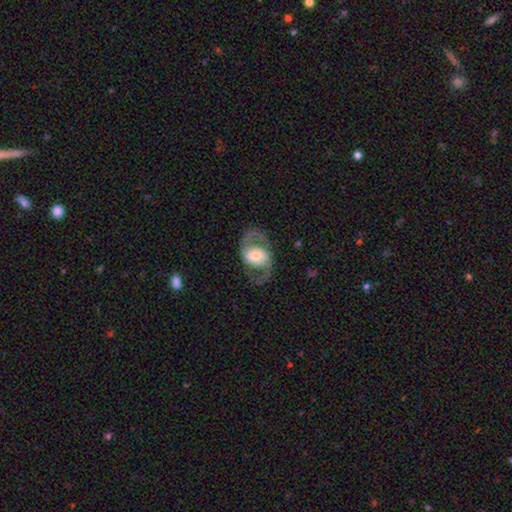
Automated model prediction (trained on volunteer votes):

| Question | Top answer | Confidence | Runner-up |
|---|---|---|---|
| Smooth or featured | featured or disk | 83% | smooth (12%) |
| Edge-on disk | no | 97% | yes (3%) |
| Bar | no | 46% | weak (35%) |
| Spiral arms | yes | 89% | no (11%) |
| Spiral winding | medium | 54% | loose (33%) |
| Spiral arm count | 2 | 92% | can't tell (3%) |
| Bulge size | moderate | 56% | small (25%) |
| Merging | none | 74% | minor disturbance (12%) |